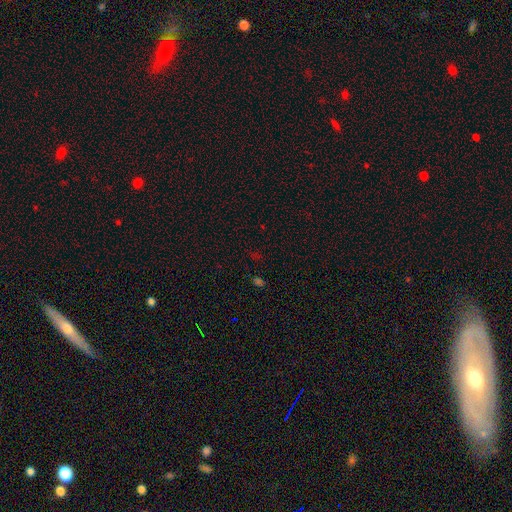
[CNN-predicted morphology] The model was most divided on "smooth or featured": star or artifact: 58%, smooth: 35%, featured or disk: 7%.